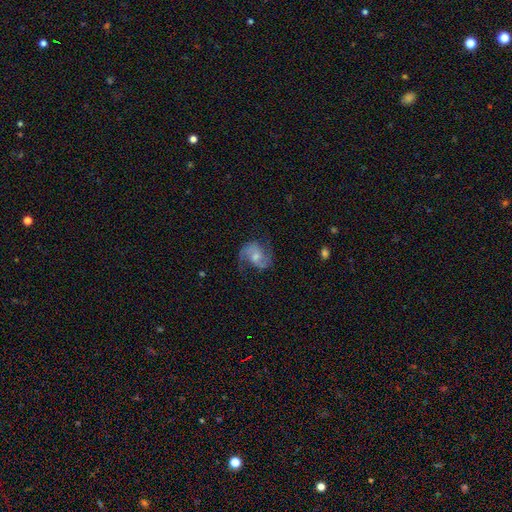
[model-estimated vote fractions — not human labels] Smooth or featured? Predicted: featured or disk (p=0.84). Edge-on disk? Predicted: no (p=0.98). Bar? Predicted: no (p=0.46). Spiral arms? Predicted: yes (p=0.97). Spiral winding? Predicted: medium (p=0.52). Spiral arm count? Predicted: 2 (p=0.91). Bulge size? Predicted: moderate (p=0.46). Merging? Predicted: none (p=0.71).